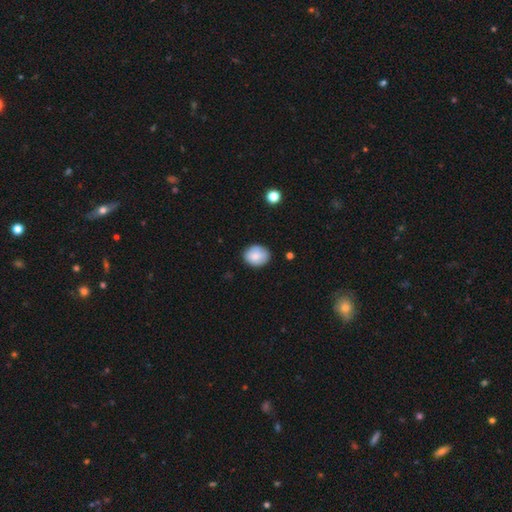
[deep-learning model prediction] Smooth or featured: smooth — 79% (featured or disk — 13%)
How rounded: round — 58% (in between — 41%)
Merging: none — 79% (minor disturbance — 17%)